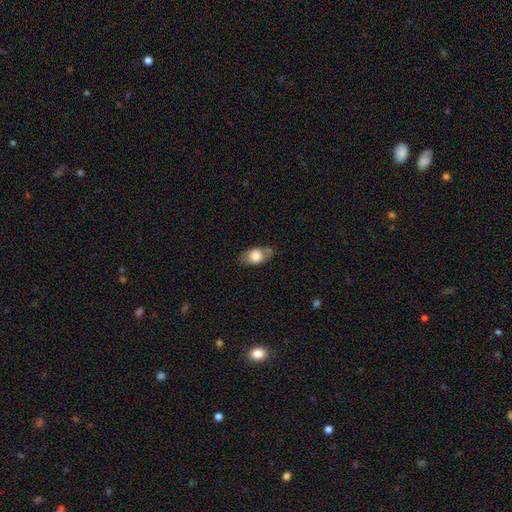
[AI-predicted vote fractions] A smooth galaxy with no disk features (70%) that is in between round and cigar-shaped (85%). Merging: none (69%).